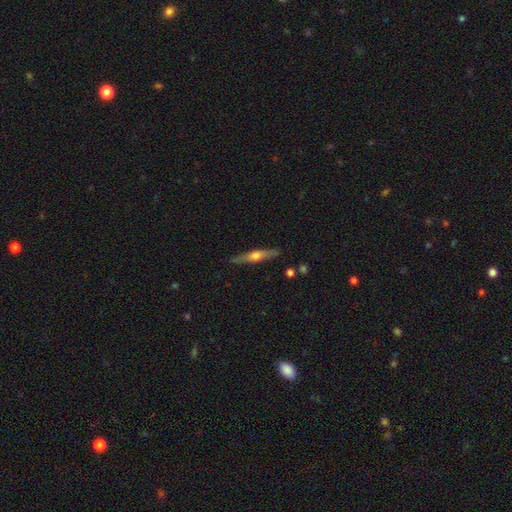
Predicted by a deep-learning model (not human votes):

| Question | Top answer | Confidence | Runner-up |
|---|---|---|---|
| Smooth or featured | featured or disk | 62% | smooth (33%) |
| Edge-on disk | yes | 95% | no (5%) |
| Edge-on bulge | rounded | 88% | none (6%) |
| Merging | none | 88% | minor disturbance (9%) |